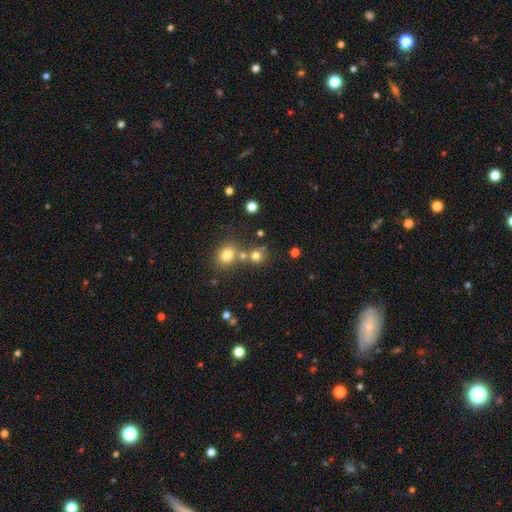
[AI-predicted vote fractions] Smooth or featured?
  - smooth: 76% *
  - star or artifact: 16%
  - featured or disk: 8%
How rounded?
  - round: 85% *
  - in between: 14%
  - cigar-shaped: 1%
Merging?
  - none: 61% *
  - merger: 28%
  - minor disturbance: 8%
  - major disturbance: 4%